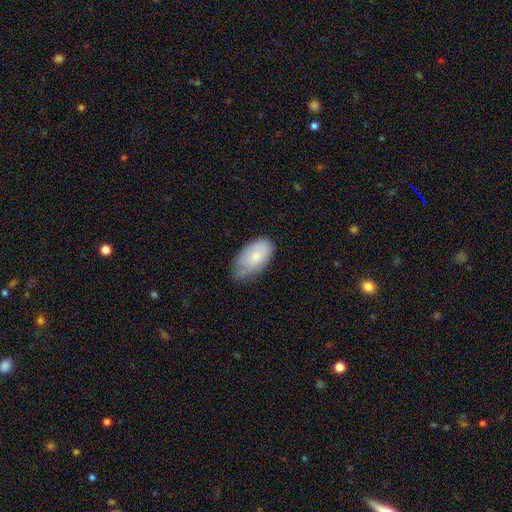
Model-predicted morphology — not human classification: smooth-or-featured: smooth: 75% | featured or disk: 19% | star or artifact: 6%
  how-rounded: in between: 95% | round: 3% | cigar-shaped: 2%
  merging: none: 57% | minor disturbance: 35% | major disturbance: 6% | merger: 1%